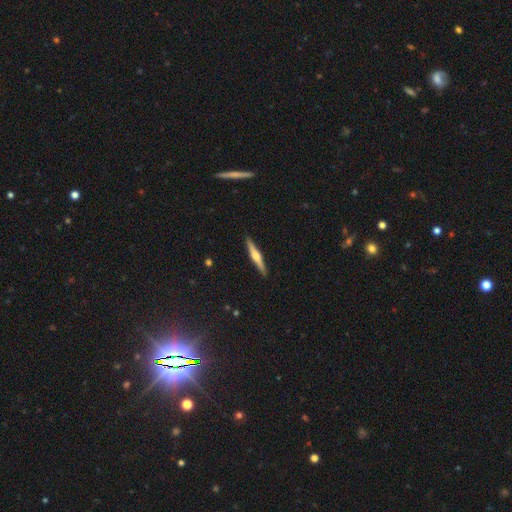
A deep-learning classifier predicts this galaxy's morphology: A featured or disk galaxy (68%) viewed edge-on (98%) with a rounded central bulge (89%). Merging: none (91%).